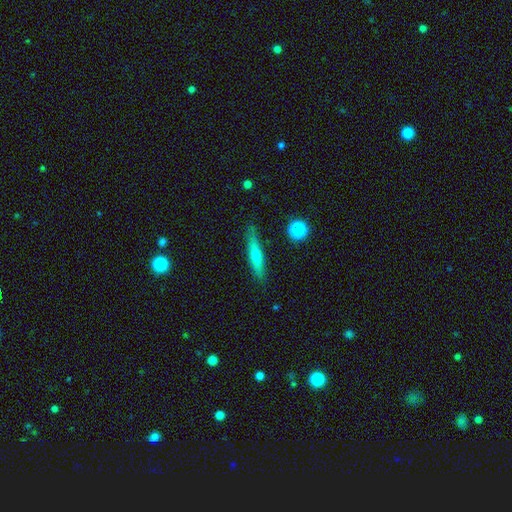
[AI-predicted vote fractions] Overall: smooth (47%; featured or disk 46%). Merging: none (85%).